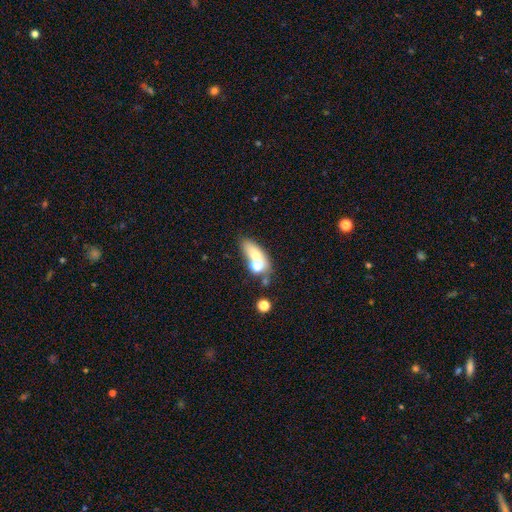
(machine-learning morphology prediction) This is likely a smooth galaxy (62%). How rounded: likely in between (68%). Merging: possibly none (47%).